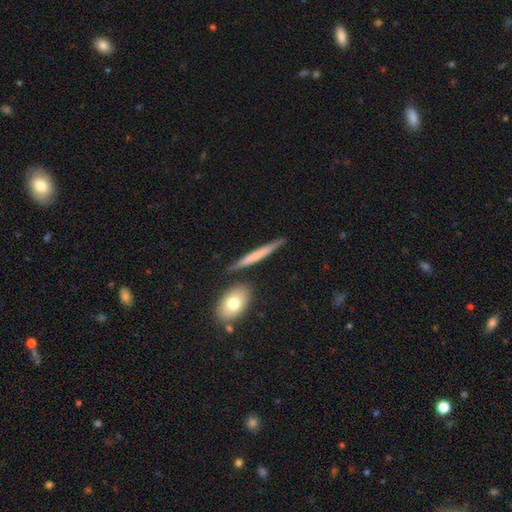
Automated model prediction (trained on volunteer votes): This is possibly a smooth galaxy (53%). How rounded: clearly cigar-shaped (92%). Merging: clearly none (82%).